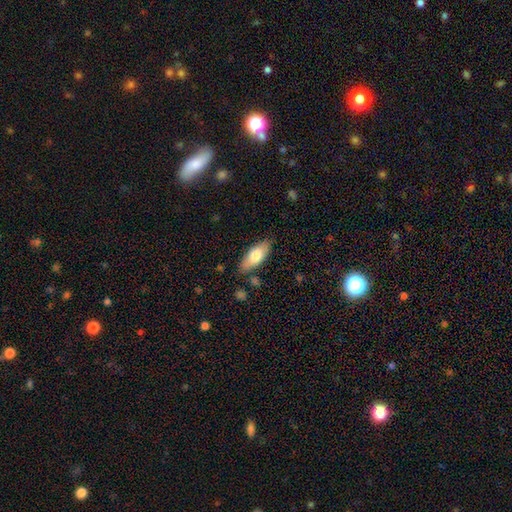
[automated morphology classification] This appears to be a smooth galaxy with no disk features (73%) that is in between round and cigar-shaped (76%). Merging: none (82%).